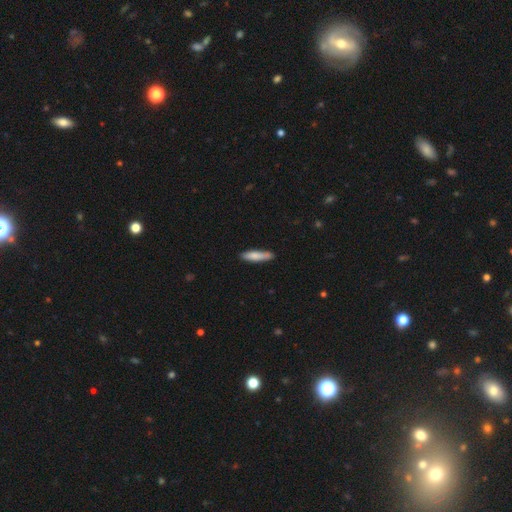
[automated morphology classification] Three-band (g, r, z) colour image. It shows a smooth galaxy with no disk features (80%) that is cigar-shaped (80%). Merging: none (82%).